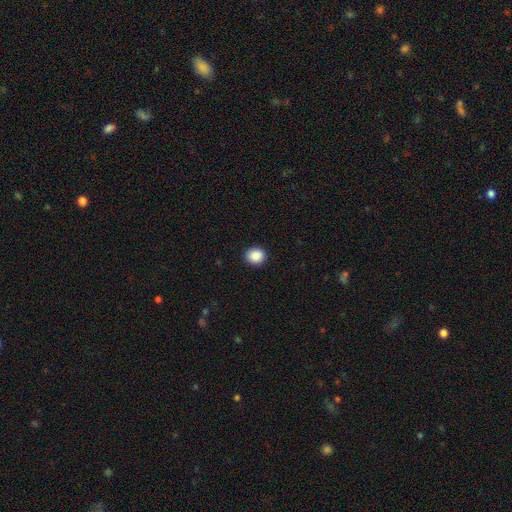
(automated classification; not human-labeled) This appears to be a smooth galaxy with no disk features (89%) that is round (80%). Merging: none (92%).